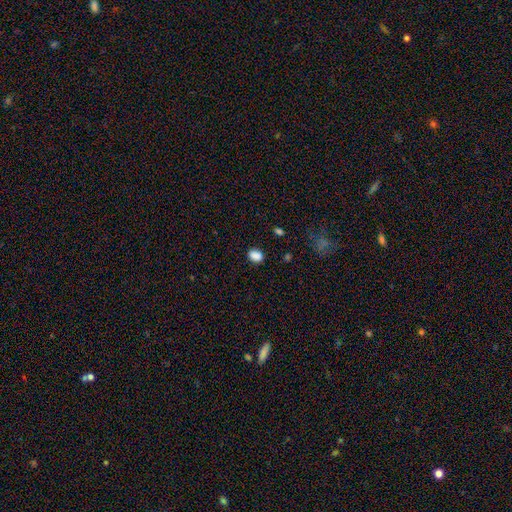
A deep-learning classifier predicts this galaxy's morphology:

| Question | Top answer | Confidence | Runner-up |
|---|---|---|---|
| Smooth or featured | smooth | 86% | star or artifact (10%) |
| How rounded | in between | 66% | round (33%) |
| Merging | none | 83% | minor disturbance (12%) |